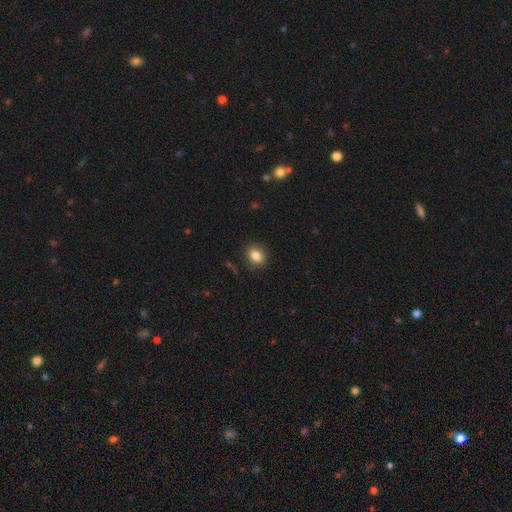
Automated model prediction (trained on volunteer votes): Smooth or featured? smooth (84%)
How rounded? in between (54%)
Merging? none (86%)